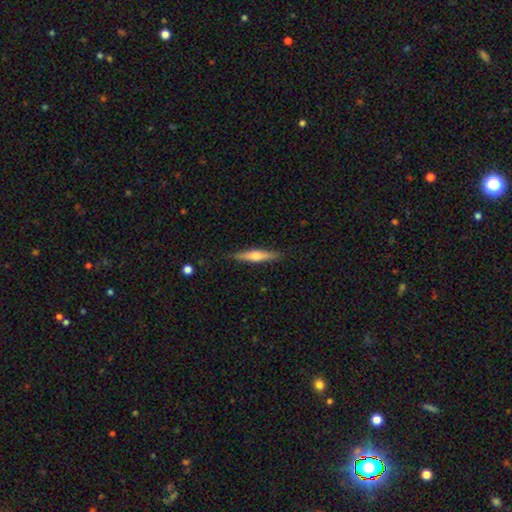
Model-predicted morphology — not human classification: Smooth or featured: featured or disk — 53% (smooth — 41%)
Edge-on disk: yes — 96% (no — 4%)
Edge-on bulge: rounded — 87% (none — 7%)
Merging: none — 88% (minor disturbance — 9%)